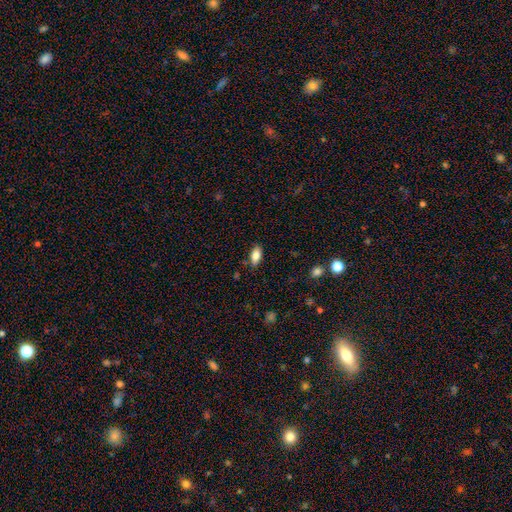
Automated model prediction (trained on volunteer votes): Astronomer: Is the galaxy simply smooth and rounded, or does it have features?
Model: smooth — 81%.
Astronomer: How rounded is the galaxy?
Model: in between — 89%.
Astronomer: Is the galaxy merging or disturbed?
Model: none — 82%.